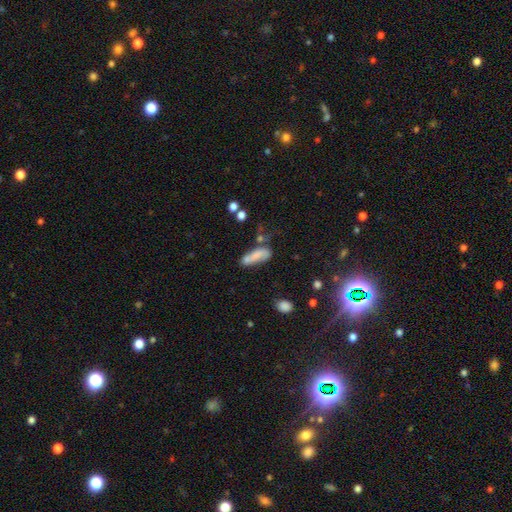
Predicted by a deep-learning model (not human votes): This is likely a smooth galaxy (66%). How rounded: possibly in between (60%). Merging: marginally none (34%).